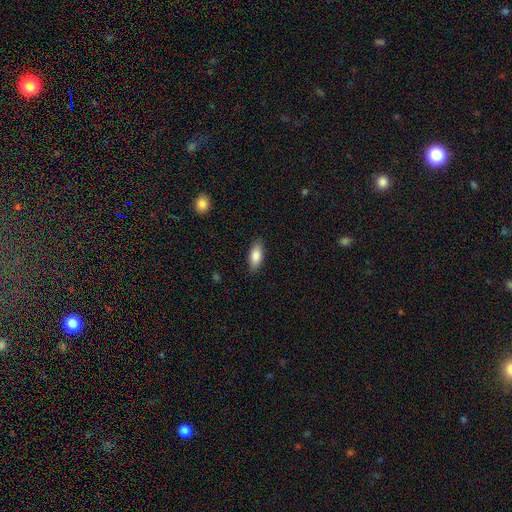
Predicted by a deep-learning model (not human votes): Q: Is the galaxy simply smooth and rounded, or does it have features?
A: smooth — 85%.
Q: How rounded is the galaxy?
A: in between — 83%.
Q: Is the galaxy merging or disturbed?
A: none — 87%.